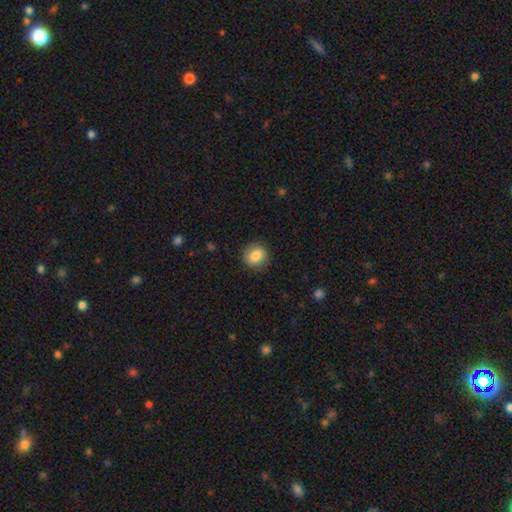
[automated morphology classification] This appears to be a smooth galaxy with no disk features (84%) that is round (75%). Merging: none (86%).